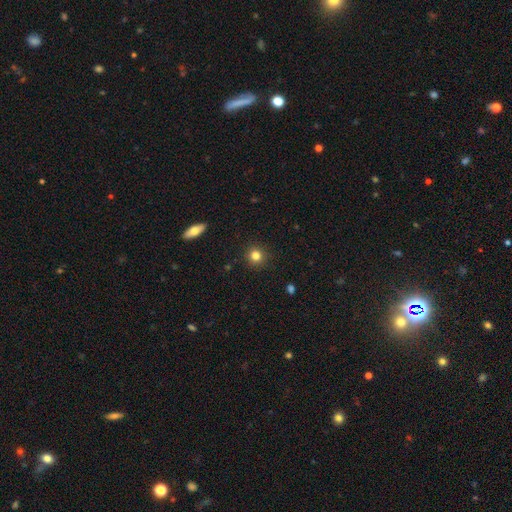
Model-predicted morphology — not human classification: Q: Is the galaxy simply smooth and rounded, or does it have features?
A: smooth — 81%.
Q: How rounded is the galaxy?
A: round — 93%.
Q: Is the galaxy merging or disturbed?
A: none — 91%.